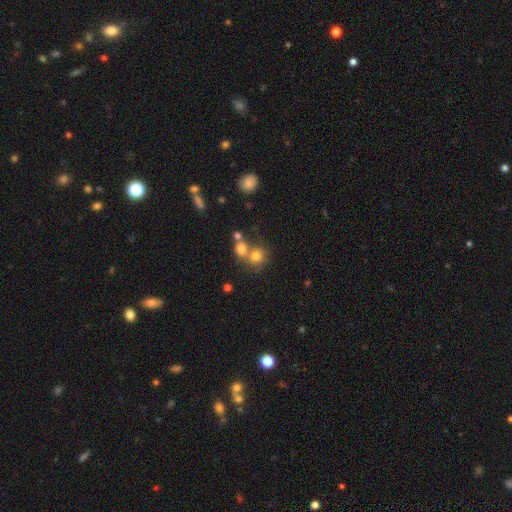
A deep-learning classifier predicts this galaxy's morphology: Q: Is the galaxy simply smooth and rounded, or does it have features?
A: smooth — 75%.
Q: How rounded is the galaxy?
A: round — 81%.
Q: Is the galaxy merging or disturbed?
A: none — 44%, tied with merger.